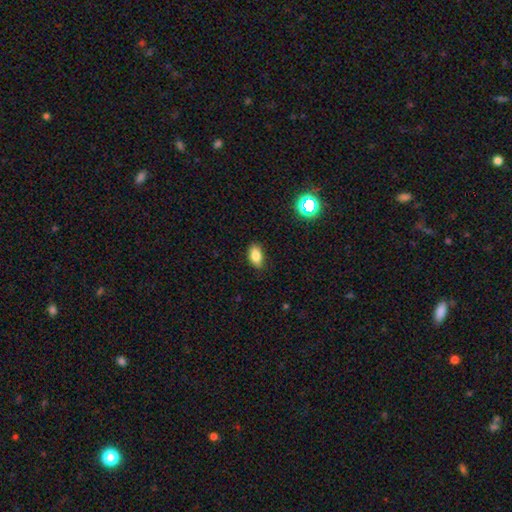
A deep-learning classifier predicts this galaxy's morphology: Smooth or featured?
  - smooth: 82% *
  - star or artifact: 11%
  - featured or disk: 7%
How rounded?
  - in between: 89% *
  - round: 7%
  - cigar-shaped: 4%
Merging?
  - none: 85% *
  - minor disturbance: 12%
  - major disturbance: 2%
  - merger: 1%